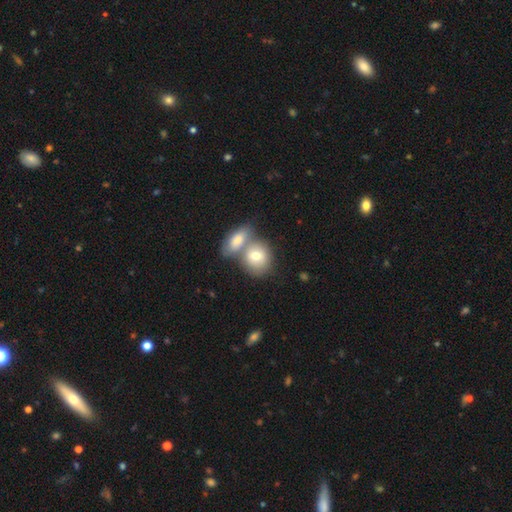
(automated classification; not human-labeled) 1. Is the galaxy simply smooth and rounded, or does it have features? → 76% smooth, 18% featured or disk, 7% star or artifact.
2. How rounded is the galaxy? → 59% round, 39% in between, 2% cigar-shaped.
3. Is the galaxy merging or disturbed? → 57% merger, 32% none, 8% minor disturbance, 3% major disturbance.